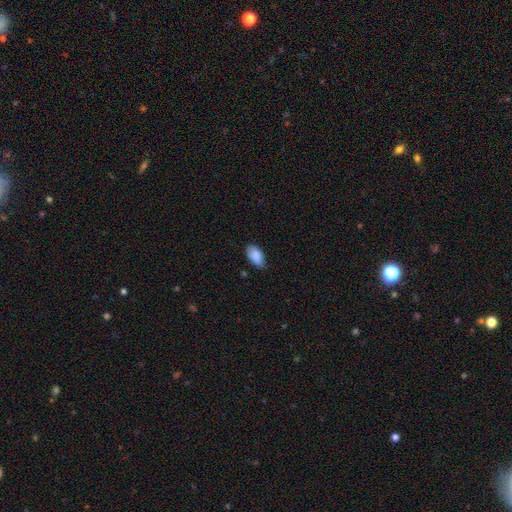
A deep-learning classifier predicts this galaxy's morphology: This is clearly a smooth galaxy (87%). How rounded: clearly in between (94%). Merging: likely none (72%).